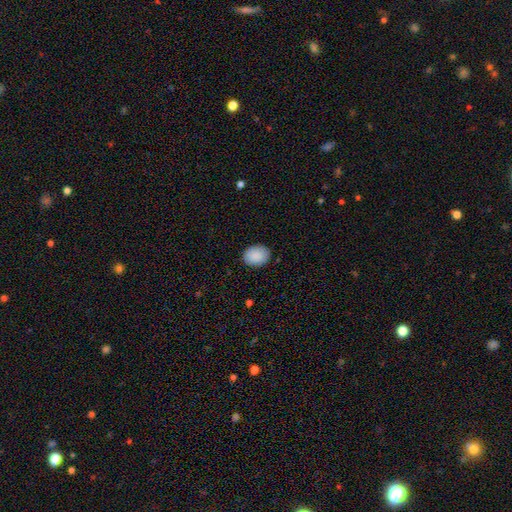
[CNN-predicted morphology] smooth_or_featured: smooth (p=0.90) [alt: star or artifact p=0.07]
how_rounded: in between (p=0.61) [alt: round p=0.38]
merging: none (p=0.88) [alt: minor disturbance p=0.09]